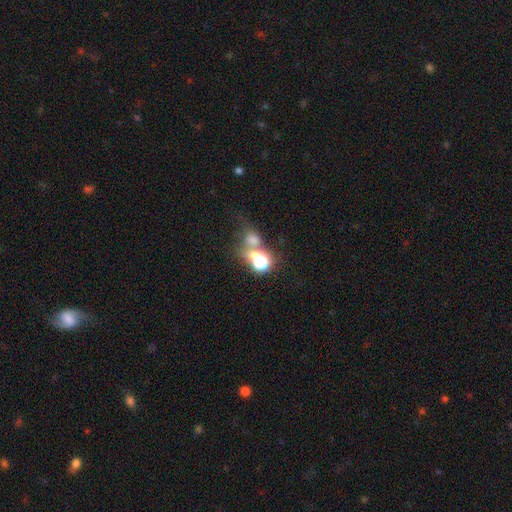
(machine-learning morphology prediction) Overall: smooth (51%; star or artifact 35%). How rounded: round (62%; in between 36%). Merging: merger (41%; none 39%).